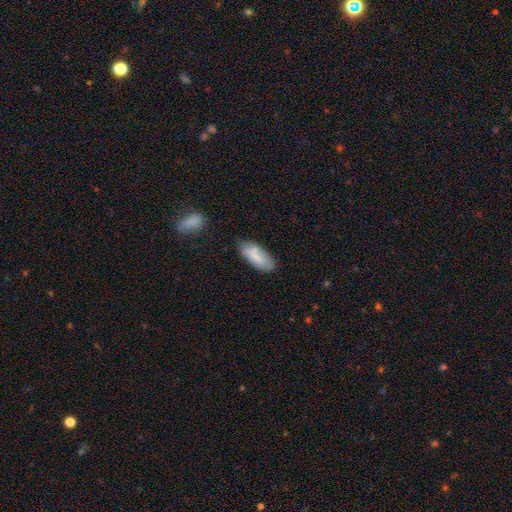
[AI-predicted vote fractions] This appears to be a smooth galaxy with no disk features (79%) that is in between round and cigar-shaped (76%). Merging: none (74%).